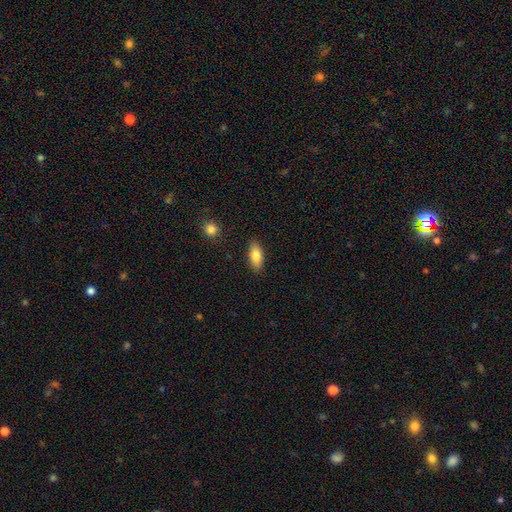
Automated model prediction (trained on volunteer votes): Overall: smooth (80%). How rounded: in between (84%). Merging: none (87%).